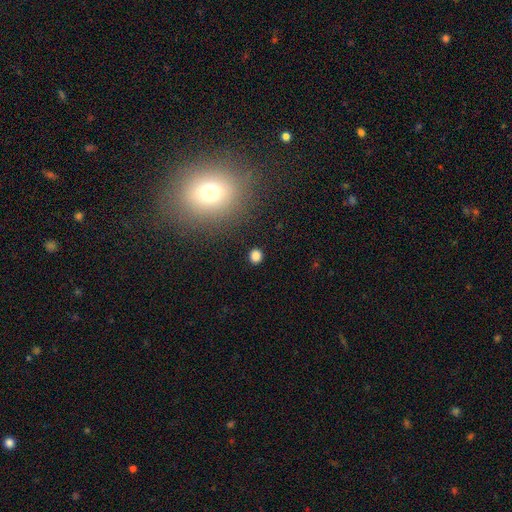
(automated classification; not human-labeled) A smooth galaxy with no disk features (81%) that is round (81%). Merging: none (89%).